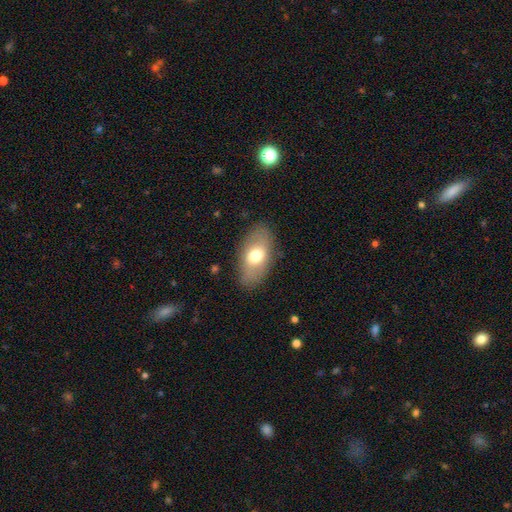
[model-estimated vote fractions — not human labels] Overall: smooth (65%; featured or disk 28%). How rounded: in between (90%). Merging: none (83%).